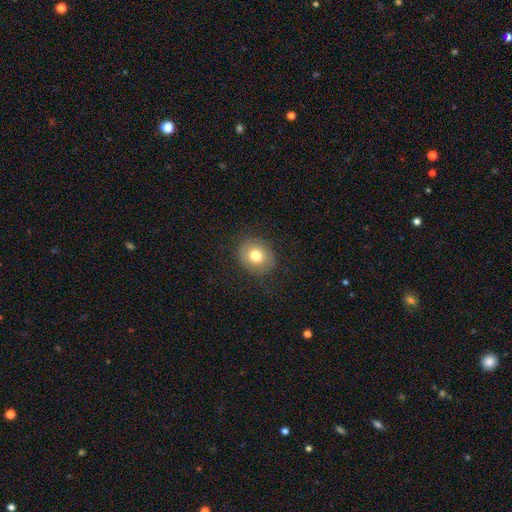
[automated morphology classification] smooth_or_featured: smooth (p=0.75) [alt: featured or disk p=0.15]
how_rounded: round (p=0.63) [alt: in between p=0.36]
merging: none (p=0.84) [alt: minor disturbance p=0.11]